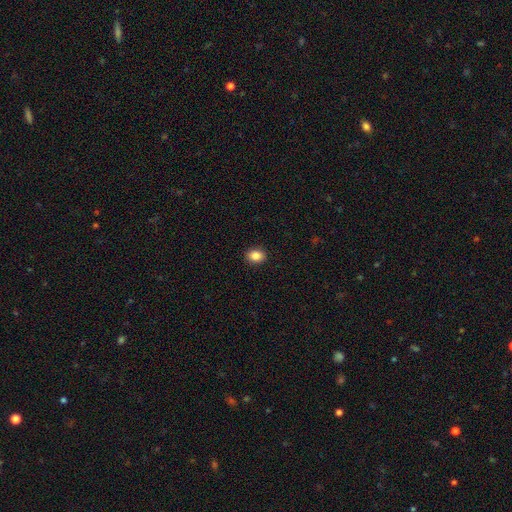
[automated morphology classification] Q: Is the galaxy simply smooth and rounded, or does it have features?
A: smooth — 87%.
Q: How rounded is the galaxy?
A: in between — 60%.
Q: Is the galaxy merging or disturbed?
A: none — 91%.